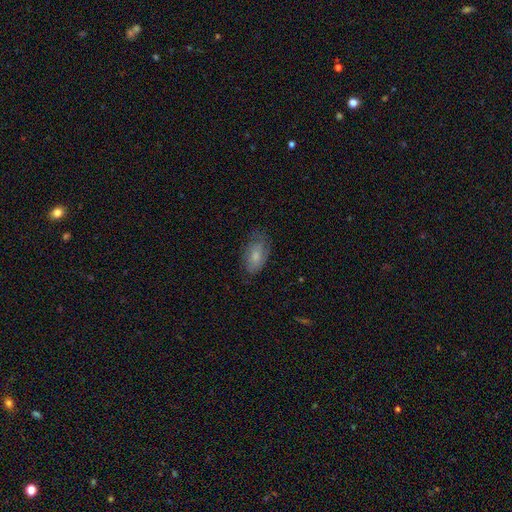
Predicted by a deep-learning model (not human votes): smooth_or_featured: smooth (p=0.65) [alt: featured or disk p=0.27]
how_rounded: in between (p=0.92) [alt: round p=0.05]
merging: none (p=0.63) [alt: minor disturbance p=0.27]